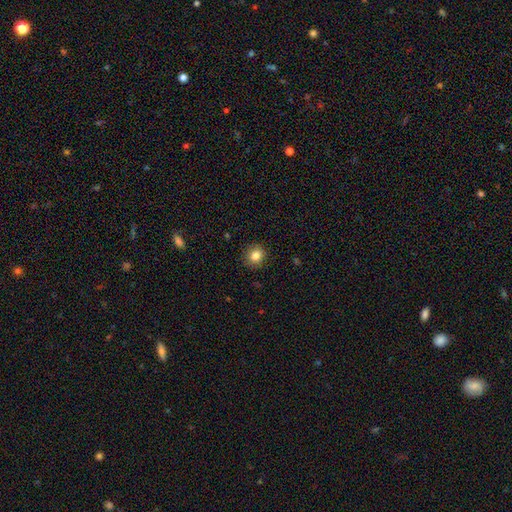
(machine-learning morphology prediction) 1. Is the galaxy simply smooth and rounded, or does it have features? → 84% smooth, 10% star or artifact, 6% featured or disk.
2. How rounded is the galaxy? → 85% round, 14% in between, 1% cigar-shaped.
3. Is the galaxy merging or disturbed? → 90% none, 7% minor disturbance, 2% major disturbance, 1% merger.